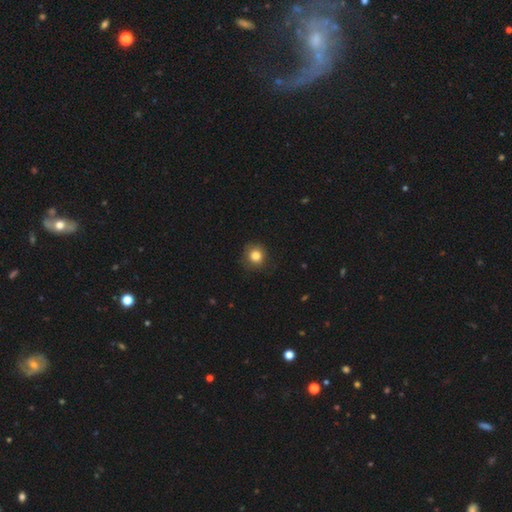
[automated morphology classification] This appears to be a smooth galaxy with no disk features (83%) that is round (91%). Merging: none (84%).